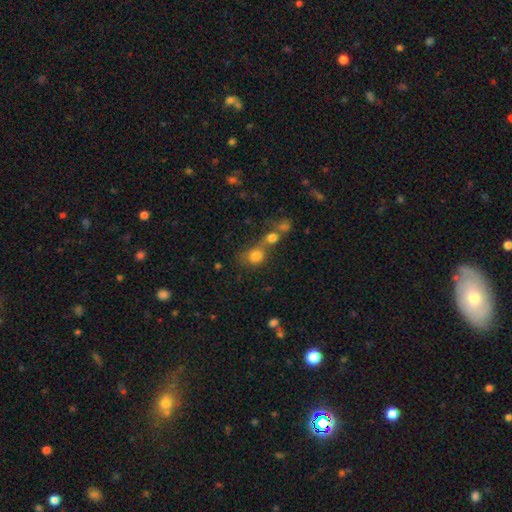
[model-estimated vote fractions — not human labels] The model was most divided on "merging": merger: 53%, none: 33%, minor disturbance: 8%, major disturbance: 6%. More confident: smooth or featured — smooth (78%); how rounded — round (78%).